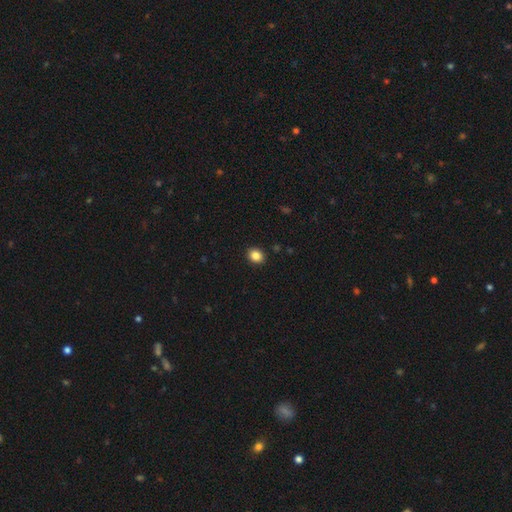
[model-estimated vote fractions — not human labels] smooth-or-featured: smooth: 86% | star or artifact: 10% | featured or disk: 4%
  how-rounded: round: 61% | in between: 39% | cigar-shaped: 1%
  merging: none: 91% | minor disturbance: 6% | major disturbance: 2% | merger: 1%